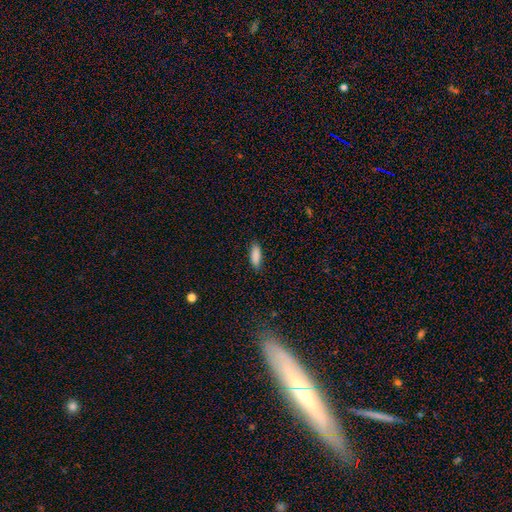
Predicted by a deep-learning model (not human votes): This is clearly a smooth galaxy (89%). How rounded: likely in between (63%). Merging: clearly none (85%).